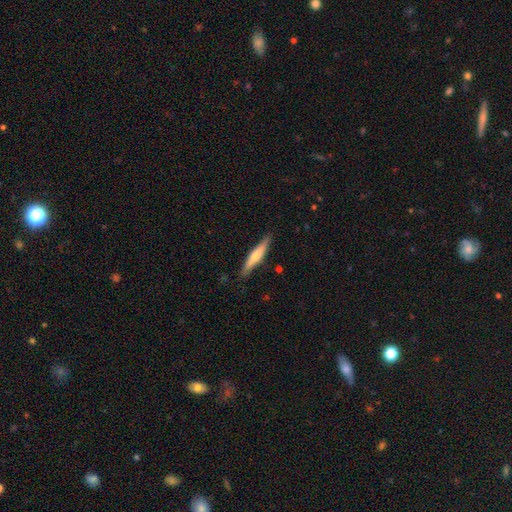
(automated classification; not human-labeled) smooth-or-featured: smooth: 50% | featured or disk: 45% | star or artifact: 5%
  how-rounded: cigar-shaped: 88% | in between: 11% | round: 2%
  merging: none: 86% | minor disturbance: 11% | major disturbance: 2% | merger: 1%